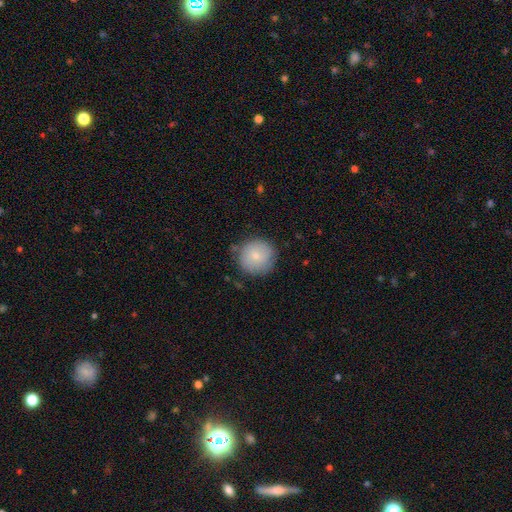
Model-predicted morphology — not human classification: Overall: smooth (76%). How rounded: round (94%). Merging: none (78%).